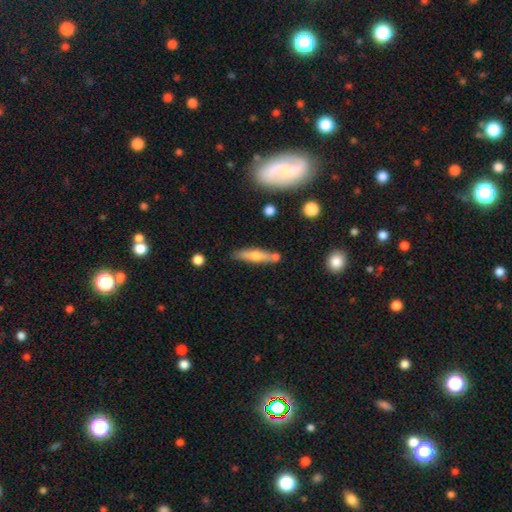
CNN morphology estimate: This appears to be a smooth galaxy with no disk features (54%) that is cigar-shaped (75%). Merging: none (69%).